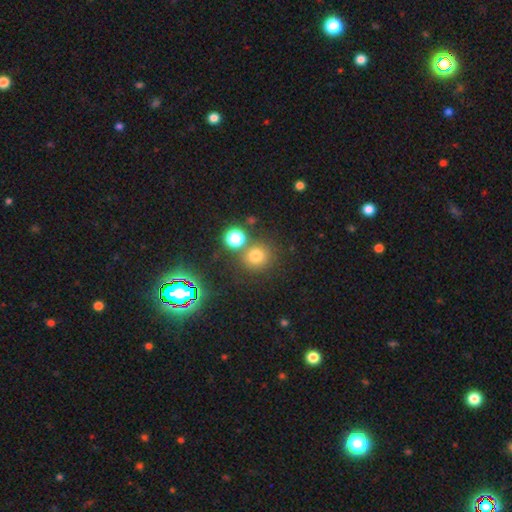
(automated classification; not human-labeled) A smooth galaxy with no disk features (71%) that is round (89%). Merging: none (73%).